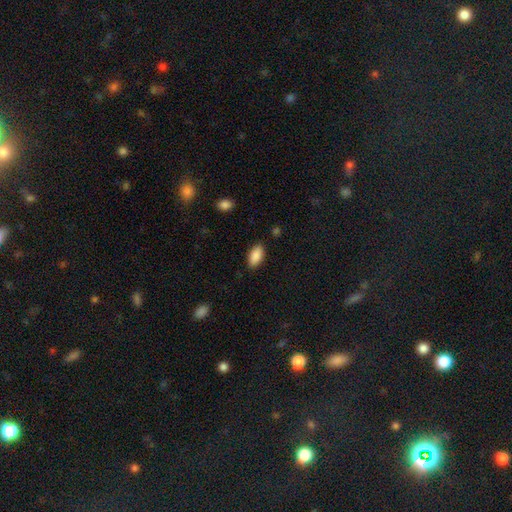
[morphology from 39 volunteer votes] Q: Smooth or featured?
A: smooth (90%); runner-up: star or artifact (8%)
Q: How rounded?
A: in between (91%); runner-up: round (9%)
Q: Merging?
A: none (75%); runner-up: minor disturbance (25%)